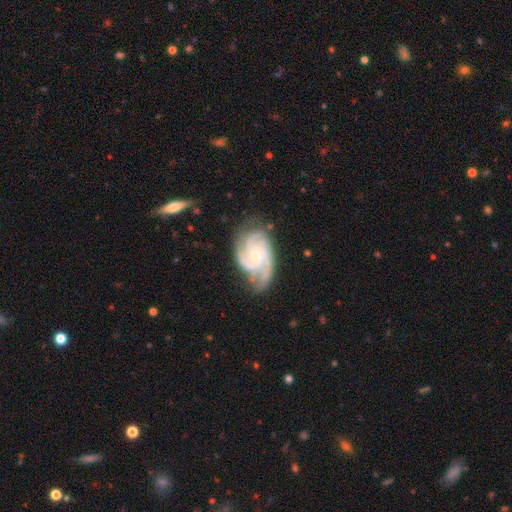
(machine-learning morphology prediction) Q: Smooth or featured?
A: featured or disk (91%); runner-up: star or artifact (4%)
Q: Edge-on disk?
A: no (98%); runner-up: yes (2%)
Q: Bar?
A: no (67%); runner-up: weak (26%)
Q: Spiral arms?
A: yes (98%); runner-up: no (2%)
Q: Spiral winding?
A: tight (59%); runner-up: medium (36%)
Q: Spiral arm count?
A: 3 (59%); runner-up: 4 (16%)
Q: Bulge size?
A: small (60%); runner-up: moderate (36%)
Q: Merging?
A: none (69%); runner-up: minor disturbance (22%)